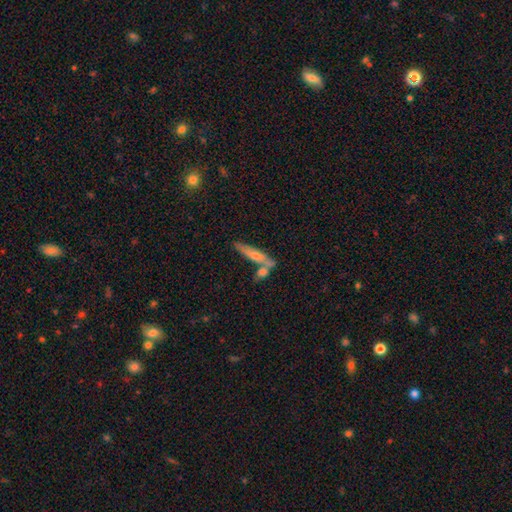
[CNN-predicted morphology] Smooth or featured?
  - smooth: 51% *
  - featured or disk: 40%
  - star or artifact: 8%
How rounded?
  - cigar-shaped: 85% *
  - in between: 13%
  - round: 2%
Merging?
  - none: 60% *
  - merger: 24%
  - minor disturbance: 12%
  - major disturbance: 4%